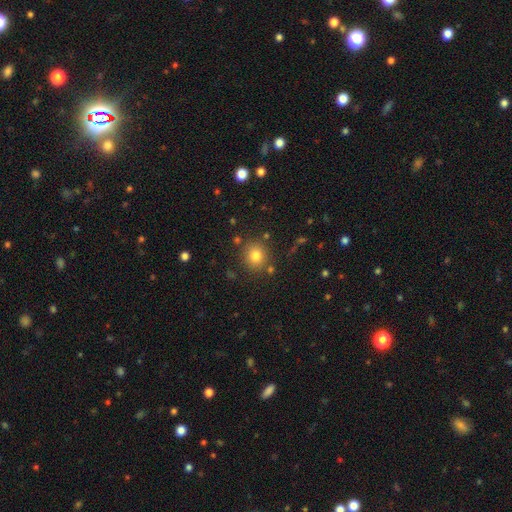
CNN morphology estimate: smooth 79%, star or artifact 13%, featured or disk 7%. Down the decision tree: how rounded — round (86%); merging — none (84%).